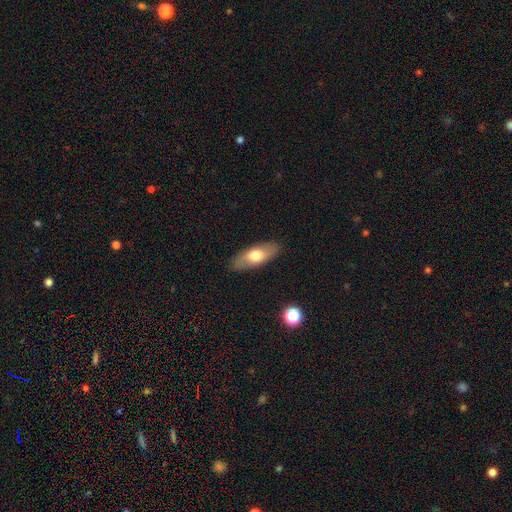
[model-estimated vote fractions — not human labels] Smooth or featured? Predicted: smooth (p=0.63). How rounded? Predicted: in between (p=0.76). Merging? Predicted: none (p=0.87).